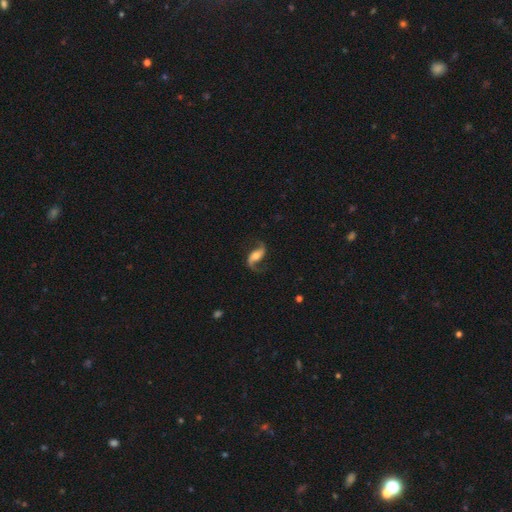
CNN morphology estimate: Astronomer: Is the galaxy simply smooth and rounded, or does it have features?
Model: featured or disk — 87%.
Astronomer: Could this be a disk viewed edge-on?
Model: no — 95%.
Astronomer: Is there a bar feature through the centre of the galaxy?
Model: no — 42% (runner-up: weak, 32%).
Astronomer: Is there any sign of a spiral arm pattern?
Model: yes — 97%.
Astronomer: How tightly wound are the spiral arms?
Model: loose — 74%.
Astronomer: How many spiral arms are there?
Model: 2 — 94%.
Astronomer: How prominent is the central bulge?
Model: moderate — 58%.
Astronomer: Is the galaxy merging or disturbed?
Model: none — 79%.